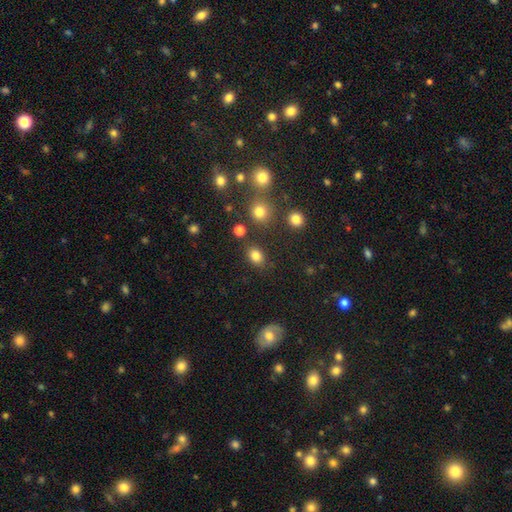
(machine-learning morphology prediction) Smooth or featured? smooth (82%)
How rounded? in between (61%)
Merging? none (81%)